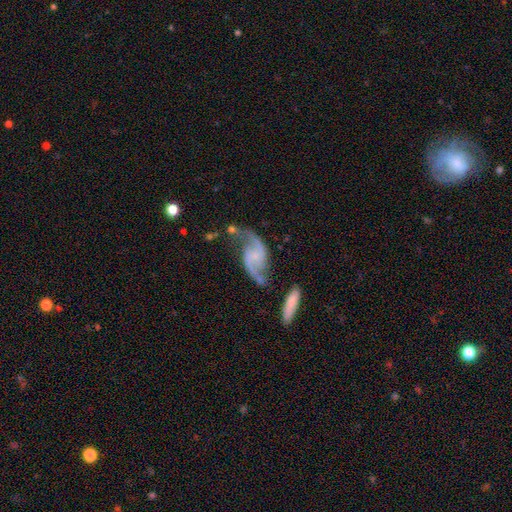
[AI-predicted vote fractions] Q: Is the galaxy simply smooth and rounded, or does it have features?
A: featured or disk — 88%.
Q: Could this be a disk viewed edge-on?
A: no — 96%.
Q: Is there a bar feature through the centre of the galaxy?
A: no — 51%.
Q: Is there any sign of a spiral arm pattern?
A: yes — 96%.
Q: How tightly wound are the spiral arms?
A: loose — 68%.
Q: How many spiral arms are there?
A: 2 — 93%.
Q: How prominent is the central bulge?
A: none — 48%.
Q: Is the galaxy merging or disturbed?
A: none — 59%.